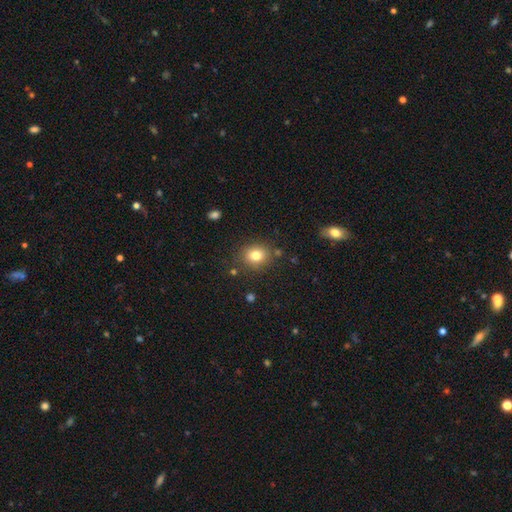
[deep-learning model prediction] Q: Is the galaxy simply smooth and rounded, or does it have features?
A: smooth — 80%.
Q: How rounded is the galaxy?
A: round — 67%.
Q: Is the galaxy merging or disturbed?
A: none — 83%.